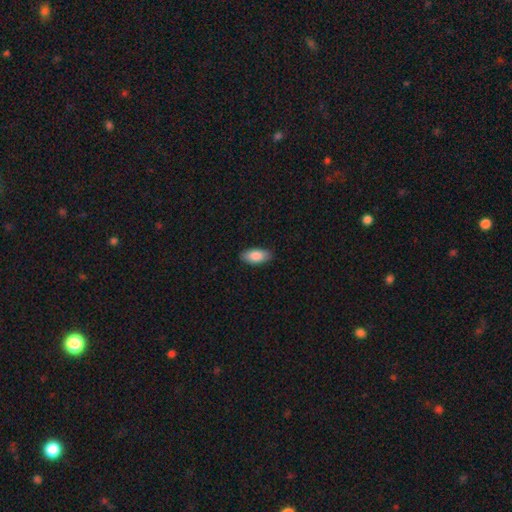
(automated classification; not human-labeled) smooth_or_featured: smooth (p=0.86) [alt: featured or disk p=0.08]
how_rounded: in between (p=0.91) [alt: cigar-shaped p=0.06]
merging: none (p=0.88) [alt: minor disturbance p=0.09]